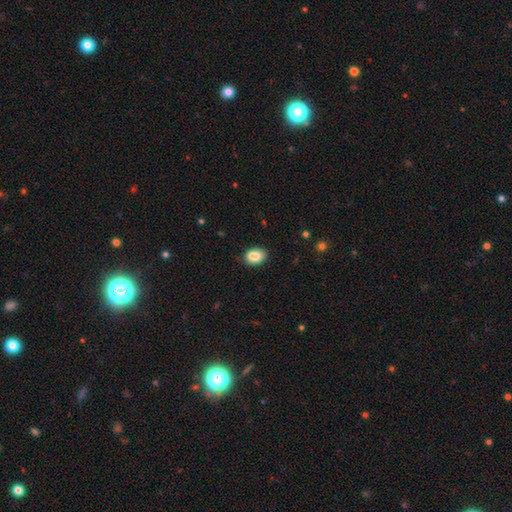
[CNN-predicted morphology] Smooth or featured?
  - smooth: 82% *
  - featured or disk: 9%
  - star or artifact: 9%
How rounded?
  - in between: 67% *
  - round: 32%
  - cigar-shaped: 1%
Merging?
  - none: 70% *
  - minor disturbance: 15%
  - merger: 12%
  - major disturbance: 3%